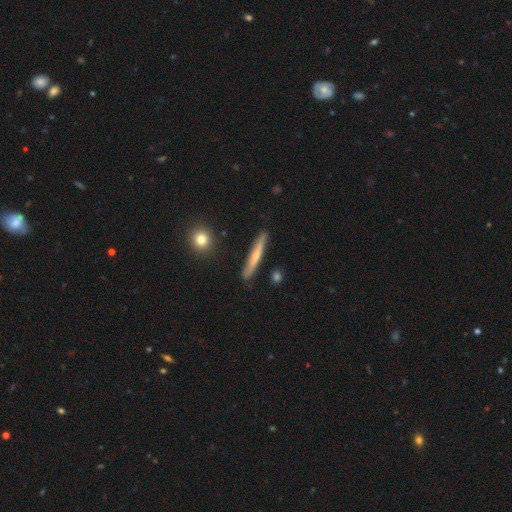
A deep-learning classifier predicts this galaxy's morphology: A smooth galaxy with no disk features (53%) that is cigar-shaped (95%).

Vote fractions:
- Smooth or featured? smooth: 53% / featured or disk: 41% / star or artifact: 6%
- How rounded? cigar-shaped: 95% / in between: 4% / round: 2%
- Merging? none: 87% / minor disturbance: 9% / merger: 2% / major disturbance: 2%